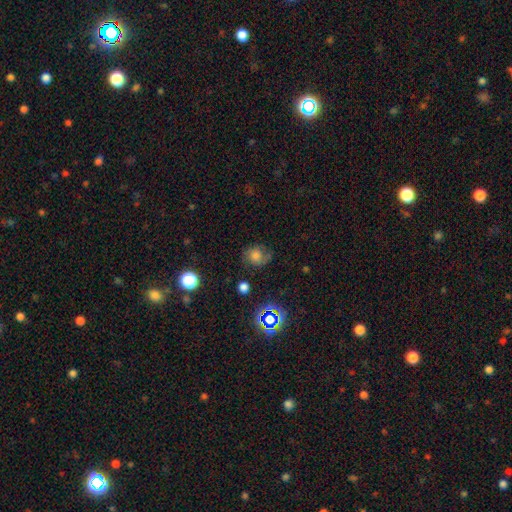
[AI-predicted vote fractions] Smooth or featured? smooth (53%)
How rounded? round (73%)
Merging? none (63%)